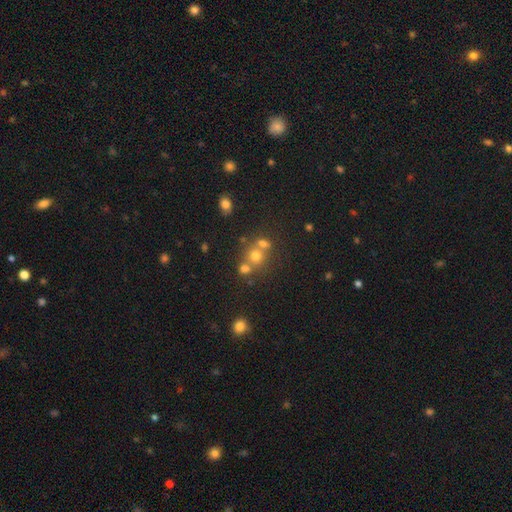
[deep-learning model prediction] Smooth or featured: smooth — 62% (star or artifact — 23%)
How rounded: round — 82% (in between — 17%)
Merging: none — 49% (merger — 39%)